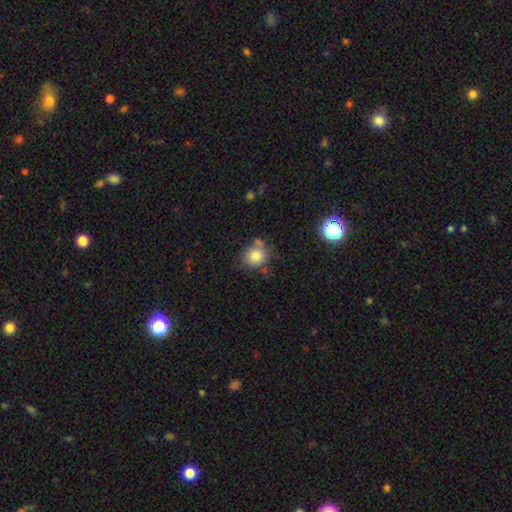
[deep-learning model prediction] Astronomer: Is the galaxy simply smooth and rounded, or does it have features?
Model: smooth — 82%.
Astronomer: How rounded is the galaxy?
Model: round — 79%.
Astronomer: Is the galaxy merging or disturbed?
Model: none — 61%.